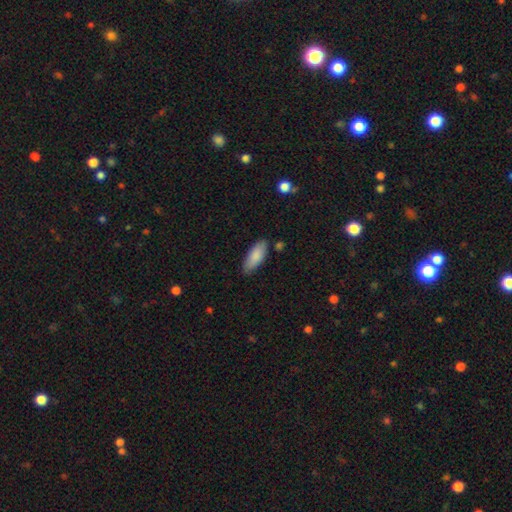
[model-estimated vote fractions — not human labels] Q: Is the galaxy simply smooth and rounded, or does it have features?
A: smooth — 86%.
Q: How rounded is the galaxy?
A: in between — 77%.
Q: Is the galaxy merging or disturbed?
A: none — 81%.